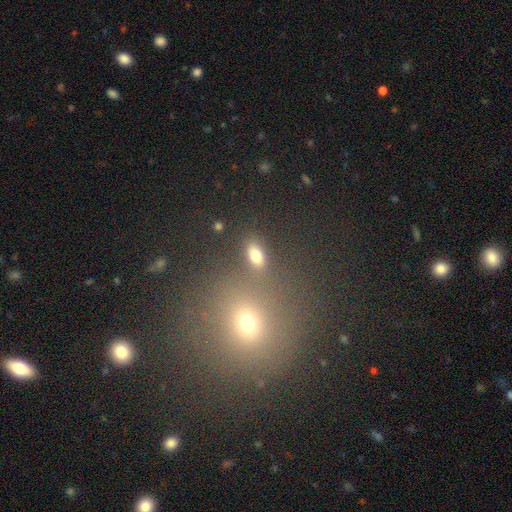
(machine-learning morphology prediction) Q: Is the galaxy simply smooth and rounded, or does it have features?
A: smooth — 77%.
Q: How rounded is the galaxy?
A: in between — 84%.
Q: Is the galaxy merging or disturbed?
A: none — 80%.